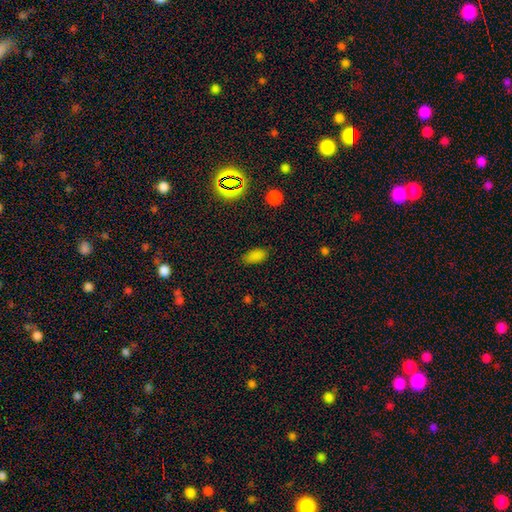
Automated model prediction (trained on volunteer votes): A smooth galaxy with no disk features (79%) that is in between round and cigar-shaped (90%). Merging: none (79%).